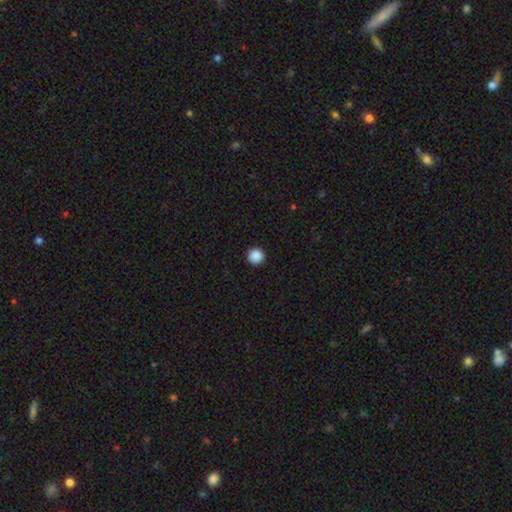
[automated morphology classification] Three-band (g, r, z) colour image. It shows a smooth galaxy with no disk features (89%) that is round (96%). Merging: none (94%).